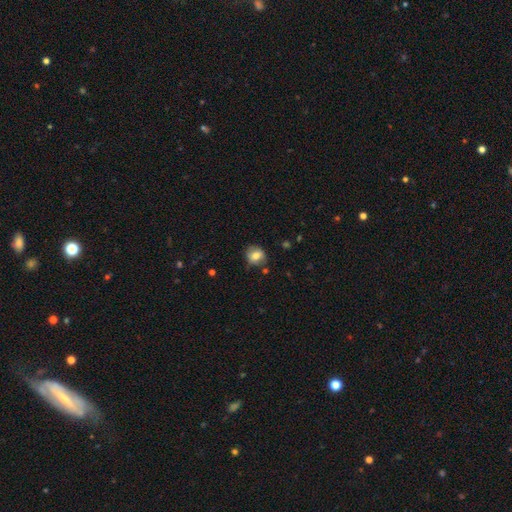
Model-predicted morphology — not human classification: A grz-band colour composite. It shows a smooth galaxy with no disk features (74%) that is round (74%). Merging: none (74%).